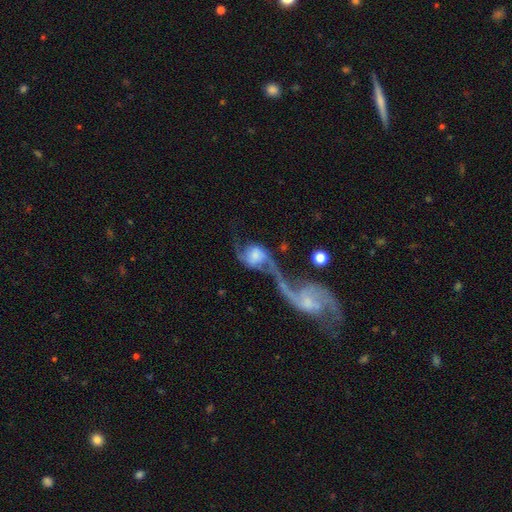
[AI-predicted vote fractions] Overall: featured or disk (72%). Edge-on disk: no (96%). Bar: no (61%; weak 30%). Spiral arms: yes (90%). Spiral arm count: 2 (82%). Spiral winding: loose (75%). Bulge size: moderate (25%, tied with none). Merging: merger (53%; major disturbance 22%).